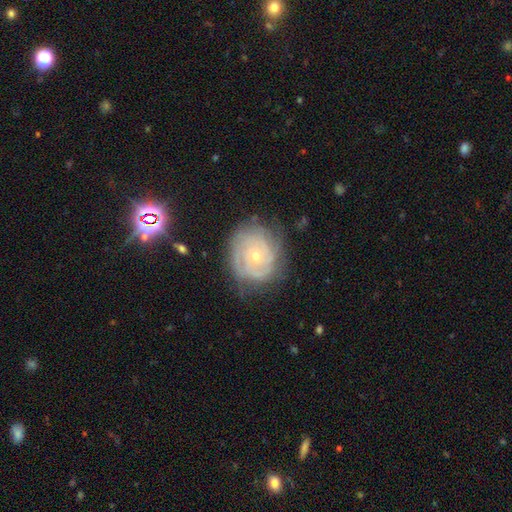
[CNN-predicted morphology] The model was most divided on "spiral arm count": can't tell: 39%, 2: 22%, 3: 19%, 4: 9%, more than 4: 5%, 1: 5%. More confident: edge-on disk — no (97%); spiral arms — yes (92%); bar — no (80%); smooth or featured — featured or disk (79%); spiral winding — tight (77%); merging — none (74%); bulge size — small (64%).